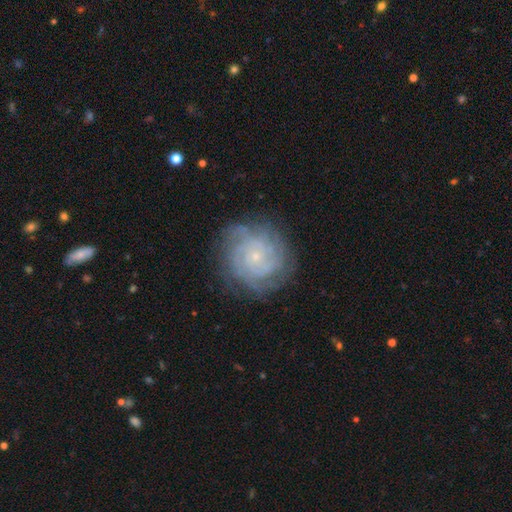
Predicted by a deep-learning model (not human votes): smooth_or_featured: featured or disk (p=0.74) [alt: smooth p=0.15]
disk_edge_on: no (p=0.97) [alt: yes p=0.03]
bar: no (p=0.78) [alt: weak p=0.18]
has_spiral_arms: yes (p=0.94) [alt: no p=0.06]
spiral_winding: tight (p=0.75) [alt: medium p=0.20]
spiral_arm_count: can't tell (p=0.36) [alt: 4 p=0.18]
bulge_size: small (p=0.80) [alt: moderate p=0.14]
merging: none (p=0.81) [alt: minor disturbance p=0.13]